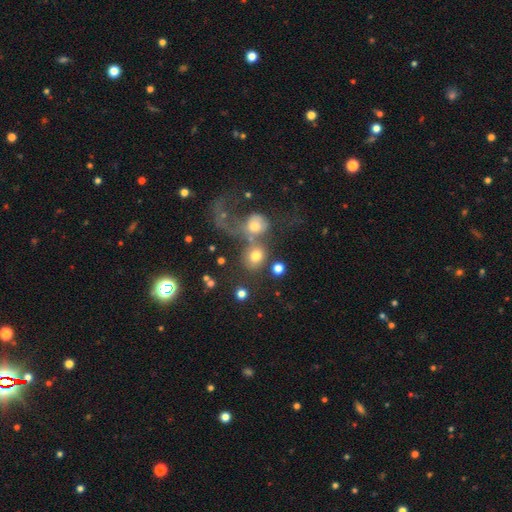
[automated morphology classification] smooth_or_featured: smooth (p=0.69) [alt: featured or disk p=0.20]
how_rounded: round (p=0.75) [alt: in between p=0.24]
merging: merger (p=0.44) [alt: none p=0.31]